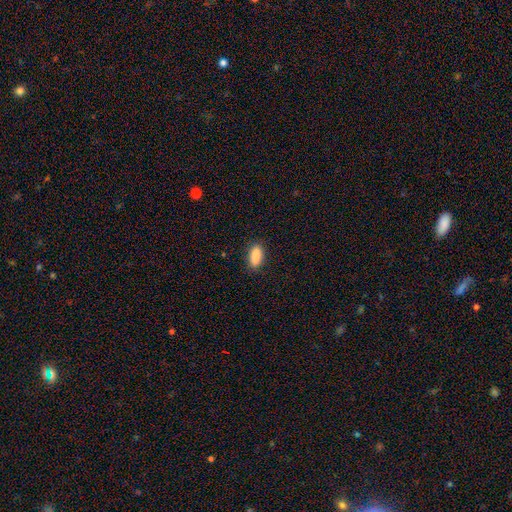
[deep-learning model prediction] Smooth or featured: smooth — 89% (star or artifact — 7%)
How rounded: in between — 84% (cigar-shaped — 13%)
Merging: none — 85% (minor disturbance — 11%)